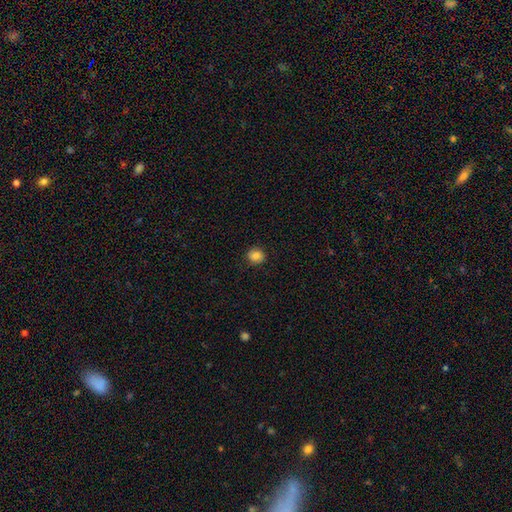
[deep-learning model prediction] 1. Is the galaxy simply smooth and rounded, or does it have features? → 85% smooth, 10% star or artifact, 5% featured or disk.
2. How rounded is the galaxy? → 84% round, 15% in between, 1% cigar-shaped.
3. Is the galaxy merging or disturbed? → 89% none, 8% minor disturbance, 2% major disturbance, 1% merger.